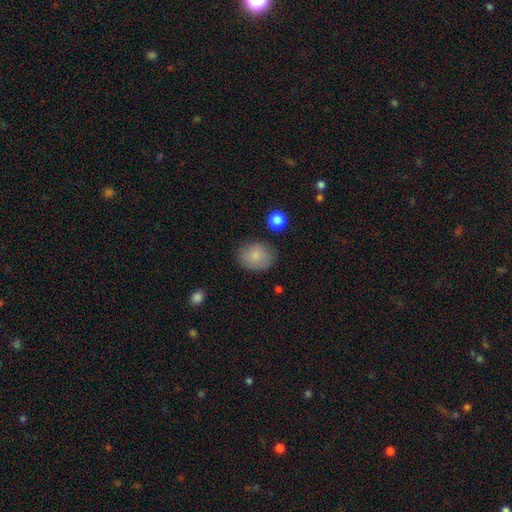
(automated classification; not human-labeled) A smooth galaxy with no disk features (84%) that is round (53%).

Vote fractions:
- Smooth or featured? smooth: 84% / featured or disk: 8% / star or artifact: 8%
- How rounded? round: 53% / in between: 46% / cigar-shaped: 1%
- Merging? none: 79% / minor disturbance: 15% / major disturbance: 4% / merger: 2%